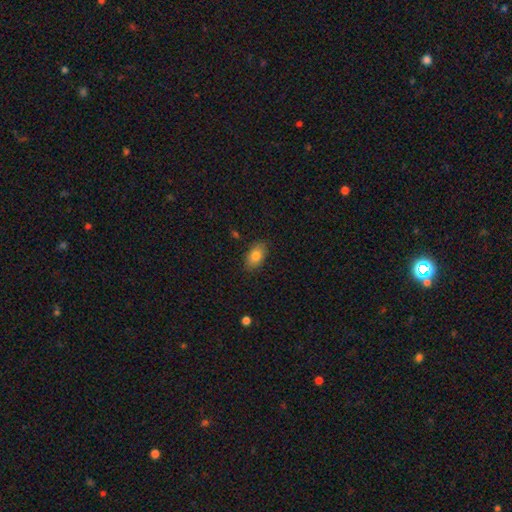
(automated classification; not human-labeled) Smooth or featured? smooth (81%)
How rounded? in between (89%)
Merging? none (85%)